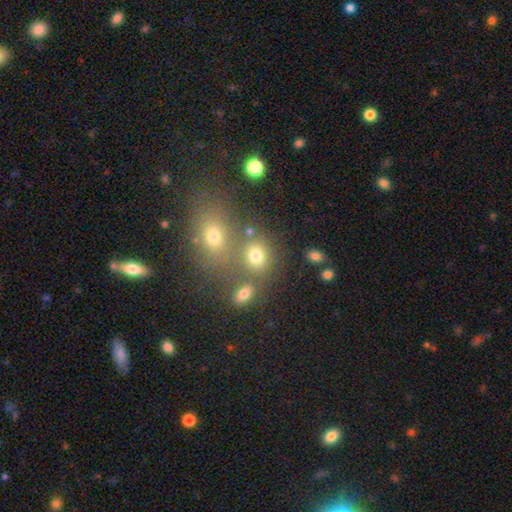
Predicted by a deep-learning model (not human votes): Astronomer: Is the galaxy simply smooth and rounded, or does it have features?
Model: smooth — 72%.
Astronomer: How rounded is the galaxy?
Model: round — 61% (runner-up: in between, 38%).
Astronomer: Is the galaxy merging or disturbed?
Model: none — 57%.